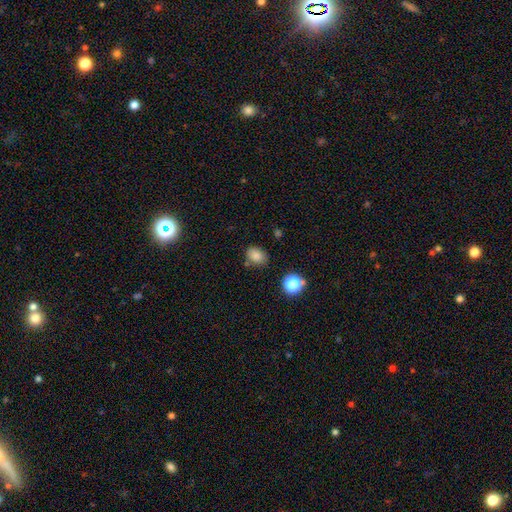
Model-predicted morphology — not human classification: Smooth or featured? Predicted: smooth (p=0.82). How rounded? Predicted: in between (p=0.68). Merging? Predicted: none (p=0.73).